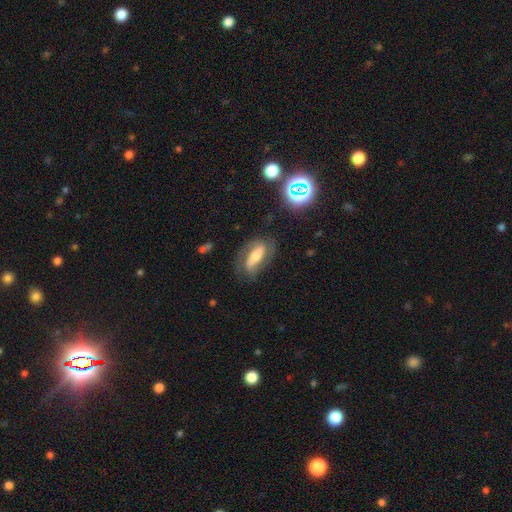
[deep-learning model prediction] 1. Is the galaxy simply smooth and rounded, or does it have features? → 67% featured or disk, 23% smooth, 10% star or artifact.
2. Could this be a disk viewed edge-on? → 89% no, 11% yes.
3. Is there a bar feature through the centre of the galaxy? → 50% strong, 27% weak, 23% no.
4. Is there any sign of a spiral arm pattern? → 86% yes, 14% no.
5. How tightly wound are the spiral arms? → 45% medium, 31% tight, 24% loose.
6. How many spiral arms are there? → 83% 2, 9% can't tell, 5% 1, 1% 3, 1% 4, 1% more than 4.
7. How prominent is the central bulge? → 54% moderate, 26% small, 14% large, 3% none, 3% dominant.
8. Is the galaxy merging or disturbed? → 72% none, 17% minor disturbance, 9% major disturbance, 2% merger.